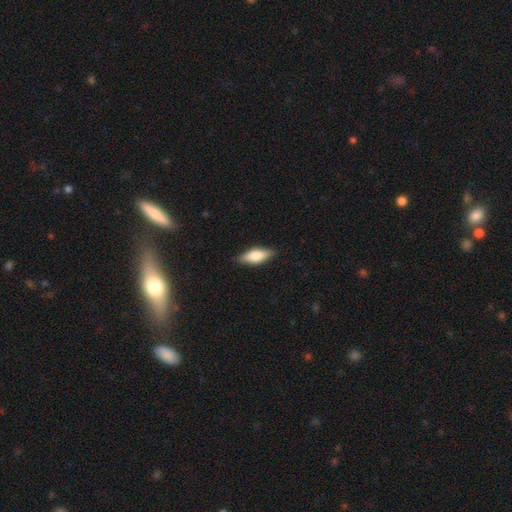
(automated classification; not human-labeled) Overall: smooth (69%). How rounded: in between (67%; cigar-shaped 31%). Merging: none (86%).